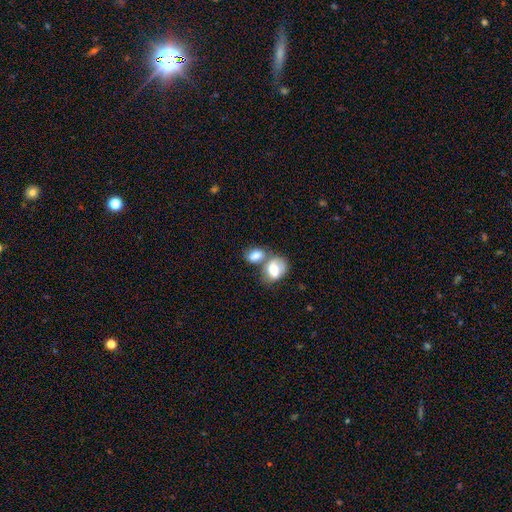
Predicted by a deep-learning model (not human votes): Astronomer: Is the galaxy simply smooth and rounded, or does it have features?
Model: smooth — 78%.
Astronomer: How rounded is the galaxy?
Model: in between — 77%.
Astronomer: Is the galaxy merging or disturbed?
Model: merger — 56%.